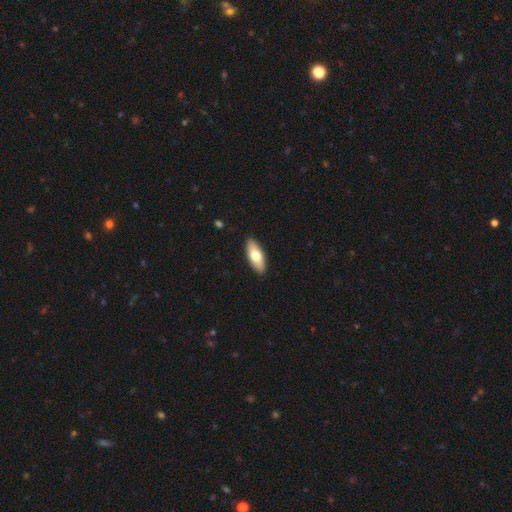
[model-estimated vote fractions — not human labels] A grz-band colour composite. It shows a smooth galaxy with no disk features (70%) that is in between round and cigar-shaped (77%). Merging: none (90%).